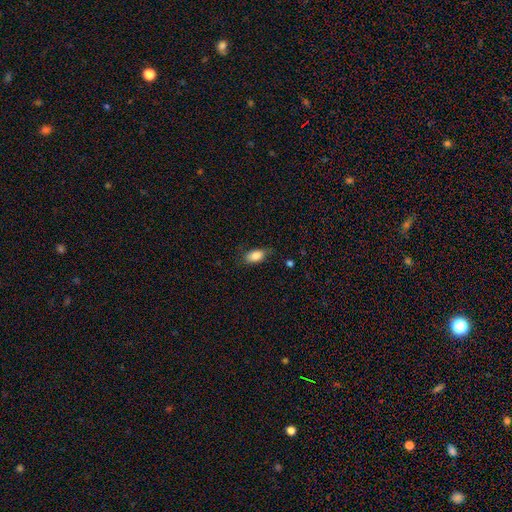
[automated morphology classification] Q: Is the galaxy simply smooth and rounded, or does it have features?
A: smooth — 85%.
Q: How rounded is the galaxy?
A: in between — 91%.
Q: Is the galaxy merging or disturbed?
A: none — 76%.